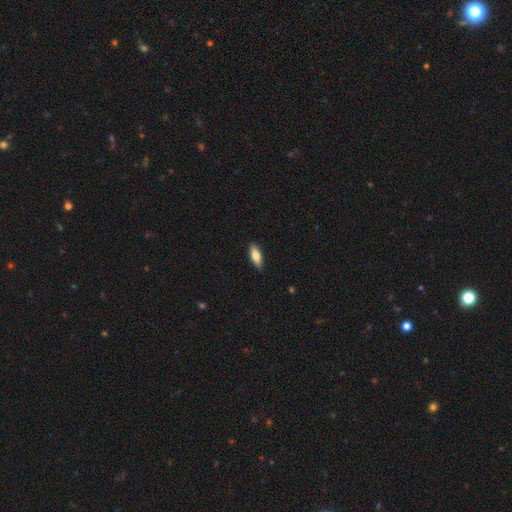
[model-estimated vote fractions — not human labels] Smooth or featured?
  - smooth: 72% *
  - featured or disk: 22%
  - star or artifact: 6%
How rounded?
  - in between: 70% *
  - cigar-shaped: 28%
  - round: 2%
Merging?
  - none: 89% *
  - minor disturbance: 8%
  - major disturbance: 2%
  - merger: 1%